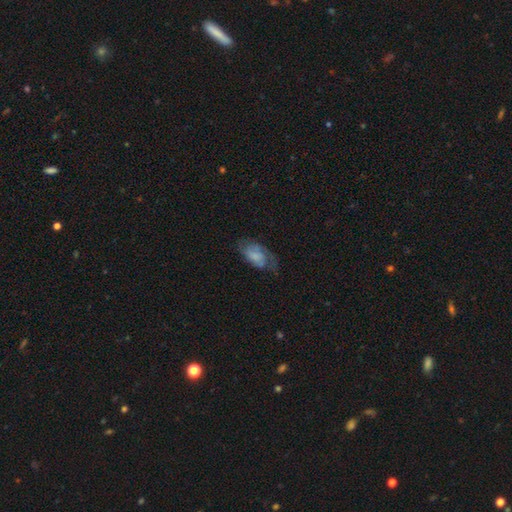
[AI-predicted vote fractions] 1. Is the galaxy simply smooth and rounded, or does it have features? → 48% featured or disk, 44% smooth, 8% star or artifact.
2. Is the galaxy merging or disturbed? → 50% none, 28% minor disturbance, 20% major disturbance, 2% merger.